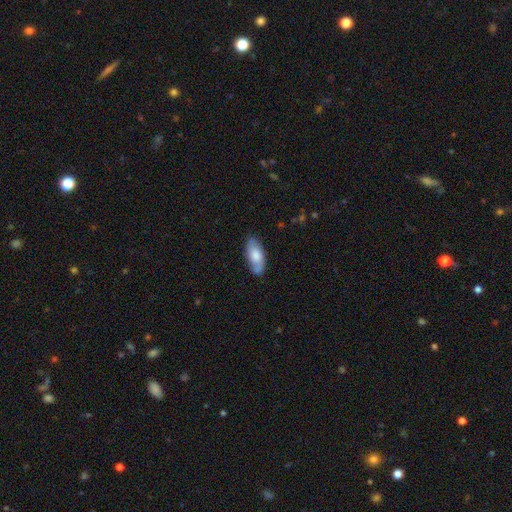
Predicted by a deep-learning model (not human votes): A smooth galaxy with no disk features (68%) that is in between round and cigar-shaped (87%).

Vote fractions:
- Smooth or featured? smooth: 68% / featured or disk: 26% / star or artifact: 6%
- How rounded? in between: 87% / cigar-shaped: 11% / round: 2%
- Merging? none: 74% / minor disturbance: 19% / major disturbance: 4% / merger: 3%